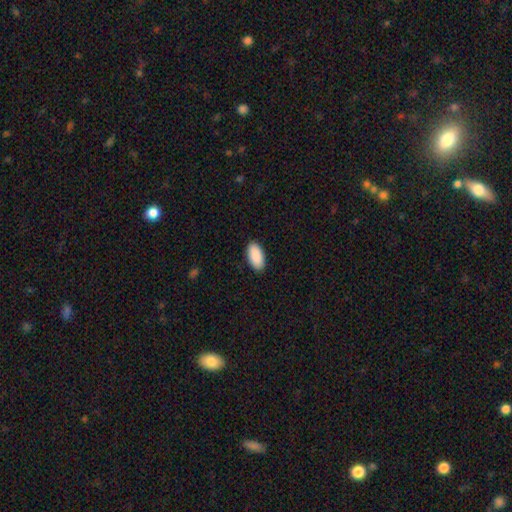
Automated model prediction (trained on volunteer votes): Q: Smooth or featured?
A: smooth (92%); runner-up: star or artifact (6%)
Q: How rounded?
A: in between (95%); runner-up: cigar-shaped (3%)
Q: Merging?
A: none (90%); runner-up: minor disturbance (7%)